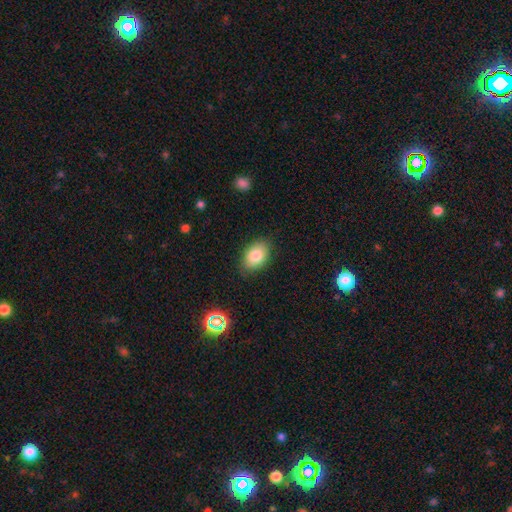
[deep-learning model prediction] Q: Smooth or featured?
A: smooth (82%); runner-up: featured or disk (10%)
Q: How rounded?
A: in between (85%); runner-up: round (14%)
Q: Merging?
A: none (84%); runner-up: minor disturbance (13%)